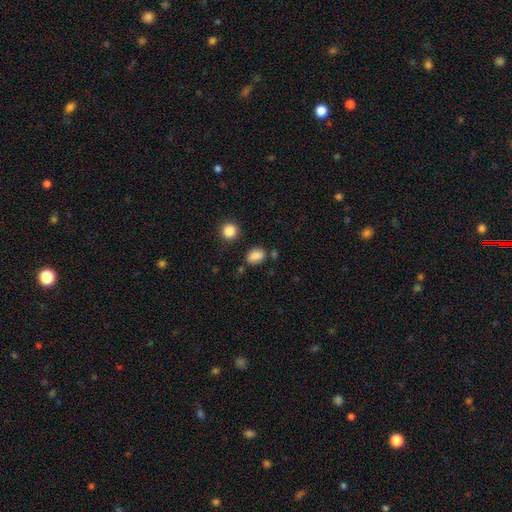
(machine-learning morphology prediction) smooth_or_featured: smooth (p=0.85) [alt: star or artifact p=0.10]
how_rounded: in between (p=0.73) [alt: round p=0.25]
merging: none (p=0.74) [alt: minor disturbance p=0.15]